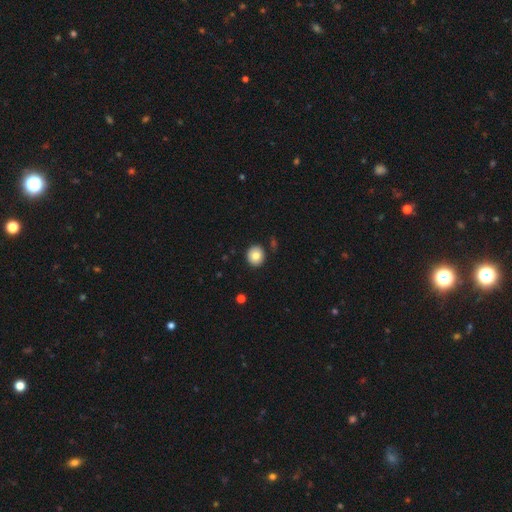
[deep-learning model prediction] Morphology: type=smooth (81%); roundness=round (82%); merging=none (89%).